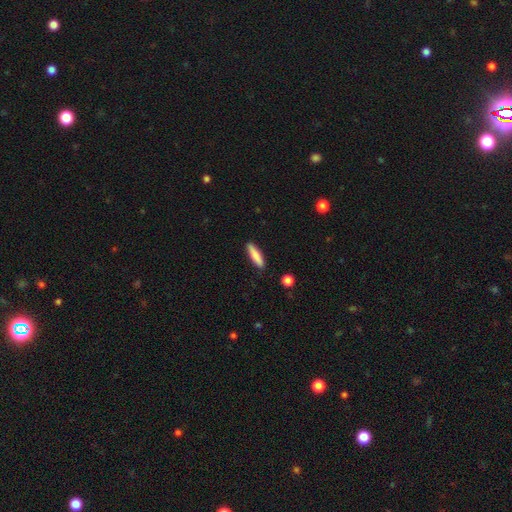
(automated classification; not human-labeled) smooth 83%, featured or disk 11%, star or artifact 6%. Down the decision tree: how rounded — cigar-shaped (80%); merging — none (89%).